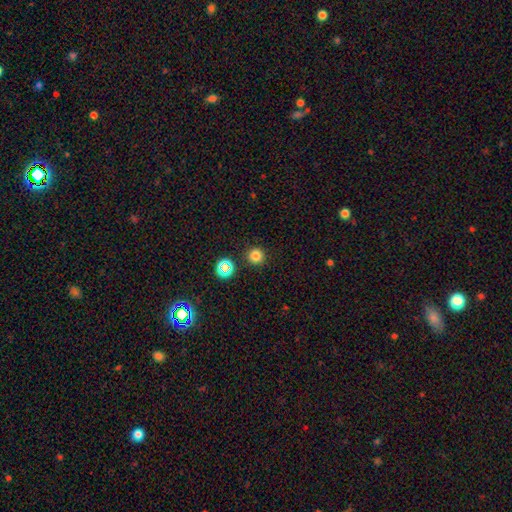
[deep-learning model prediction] Smooth or featured?
  - smooth: 78% *
  - star or artifact: 17%
  - featured or disk: 5%
How rounded?
  - round: 96% *
  - in between: 4%
  - cigar-shaped: 1%
Merging?
  - none: 91% *
  - minor disturbance: 5%
  - merger: 2%
  - major disturbance: 2%